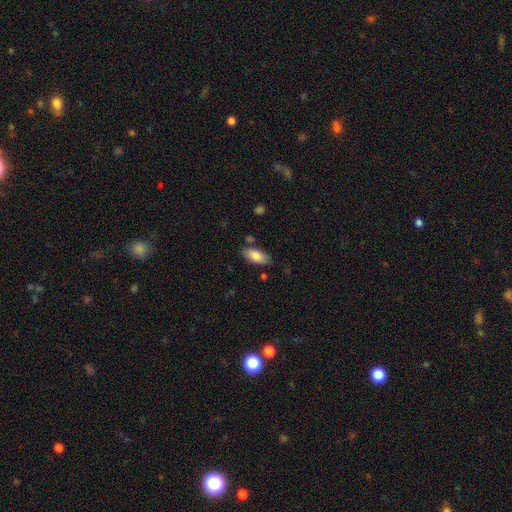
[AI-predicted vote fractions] Morphology: type=smooth (82%); roundness=in between (88%); merging=none (79%).